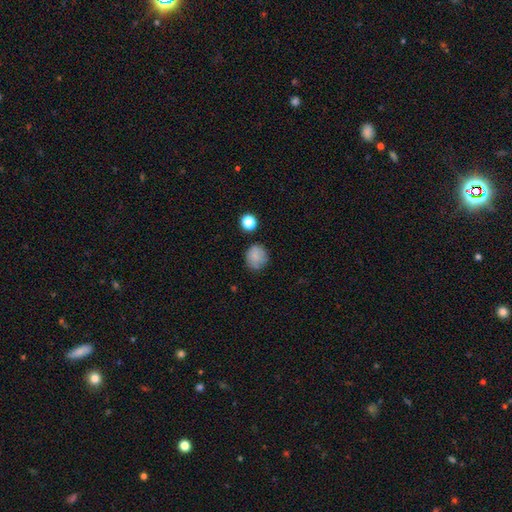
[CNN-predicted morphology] A smooth galaxy with no disk features (82%) that is round (78%).

Vote fractions:
- Smooth or featured? smooth: 82% / star or artifact: 10% / featured or disk: 7%
- How rounded? round: 78% / in between: 21% / cigar-shaped: 1%
- Merging? none: 74% / minor disturbance: 18% / major disturbance: 5% / merger: 3%